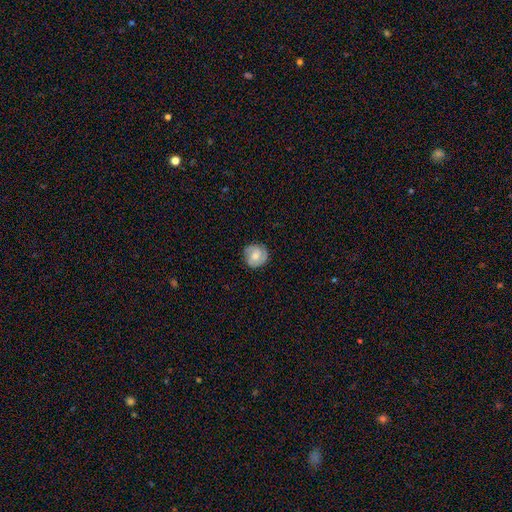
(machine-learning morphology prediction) featured or disk 53%, smooth 39%, star or artifact 8%. Down the decision tree: edge-on disk — no (97%); bar — no (61%); spiral arms — yes (89%); bulge size — moderate (57%); merging — none (79%).